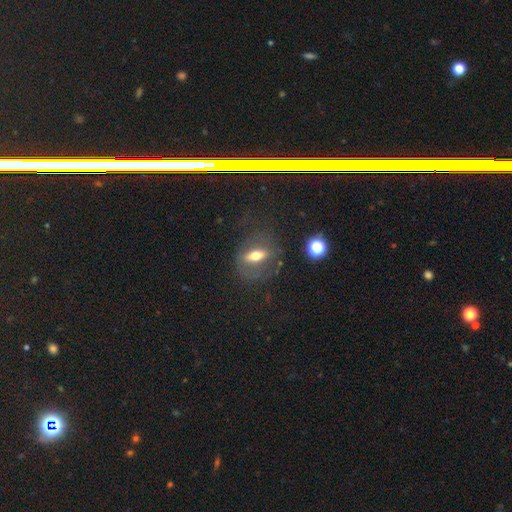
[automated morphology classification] The model was most divided on "smooth or featured": smooth: 43%, featured or disk: 42%, star or artifact: 15%. More confident: merging — none (68%).